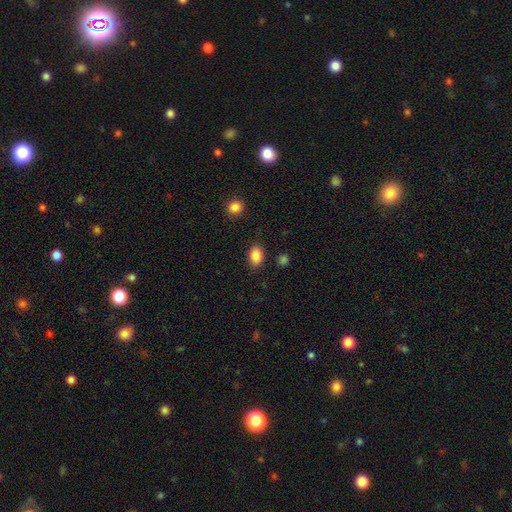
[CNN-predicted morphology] smooth-or-featured: smooth: 88% | star or artifact: 9% | featured or disk: 4%
  how-rounded: in between: 80% | round: 19% | cigar-shaped: 1%
  merging: none: 83% | minor disturbance: 11% | major disturbance: 3% | merger: 2%